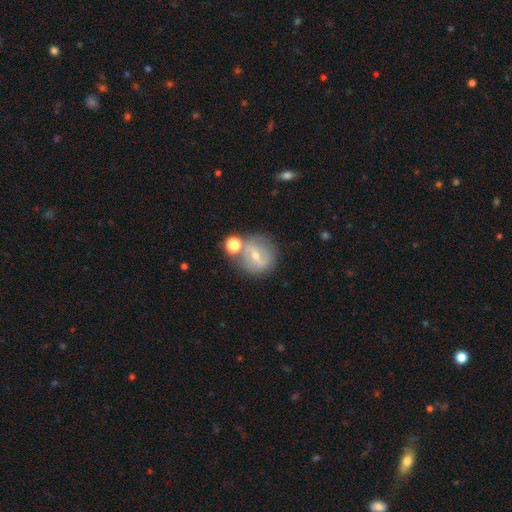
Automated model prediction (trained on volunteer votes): Smooth or featured: featured or disk — 50% (smooth — 39%)
Merging: none — 59% (merger — 20%)